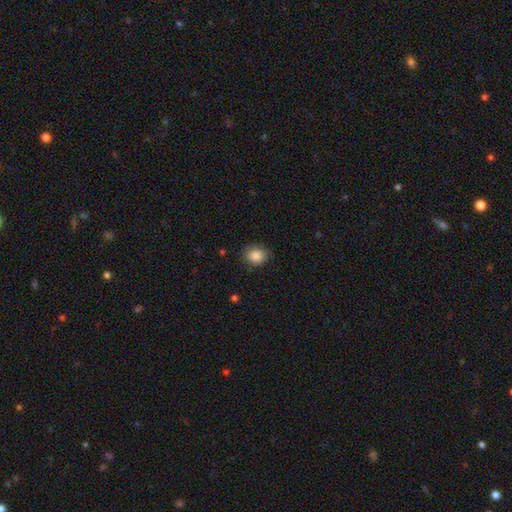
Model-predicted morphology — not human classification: Smooth or featured?
  - smooth: 87% *
  - star or artifact: 8%
  - featured or disk: 5%
How rounded?
  - round: 58% *
  - in between: 42%
  - cigar-shaped: 1%
Merging?
  - none: 78% *
  - minor disturbance: 17%
  - major disturbance: 4%
  - merger: 1%